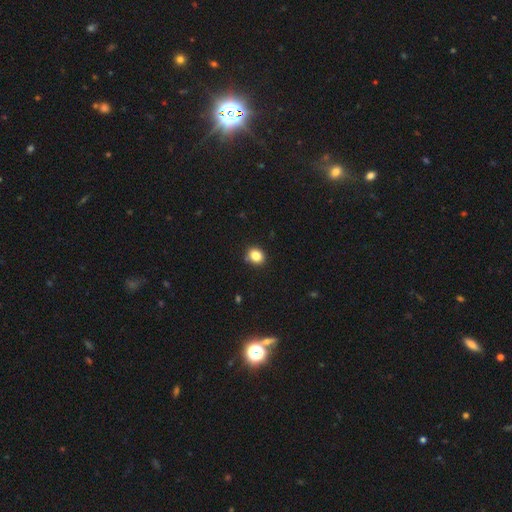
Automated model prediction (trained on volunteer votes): Smooth or featured: smooth — 84% (star or artifact — 11%)
How rounded: round — 69% (in between — 30%)
Merging: none — 86% (minor disturbance — 9%)